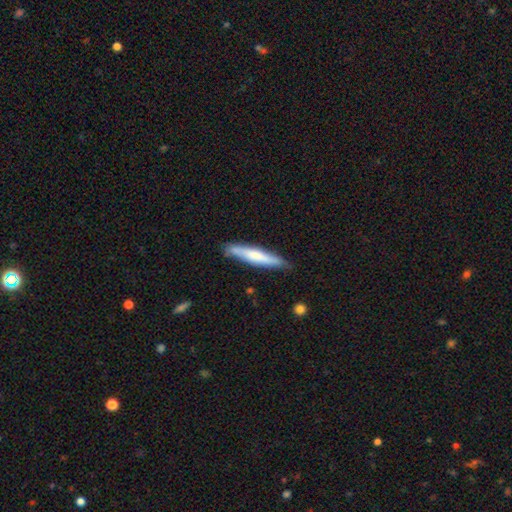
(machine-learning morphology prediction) Overall: smooth (60%; featured or disk 35%). How rounded: cigar-shaped (92%). Merging: none (80%).